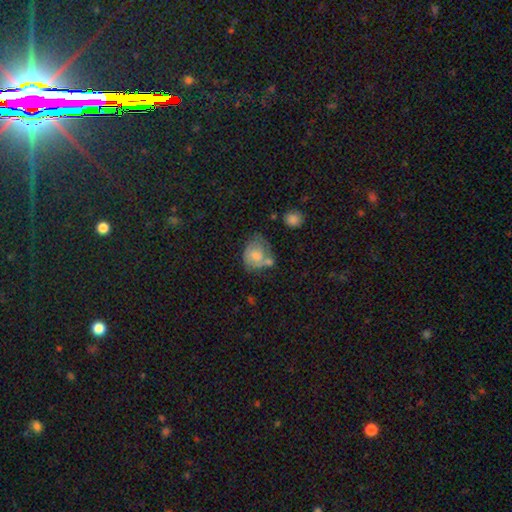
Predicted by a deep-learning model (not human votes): Morphology: type=smooth (57%); roundness=round (57%); merging=none (31%).